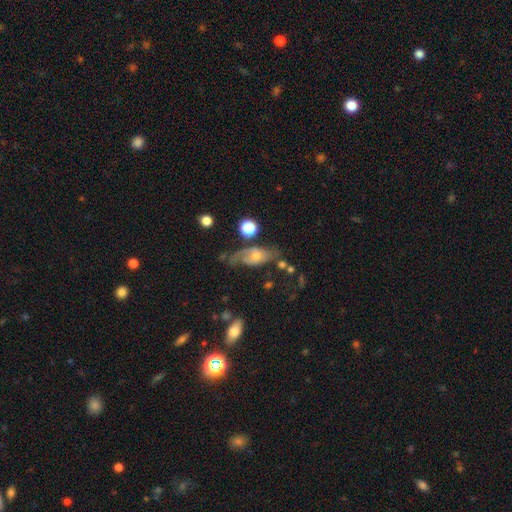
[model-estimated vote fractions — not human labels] Smooth or featured?
  - featured or disk: 56% *
  - smooth: 34%
  - star or artifact: 10%
Edge-on disk?
  - no: 79% *
  - yes: 21%
Merging?
  - none: 41% *
  - minor disturbance: 29%
  - major disturbance: 24%
  - merger: 7%